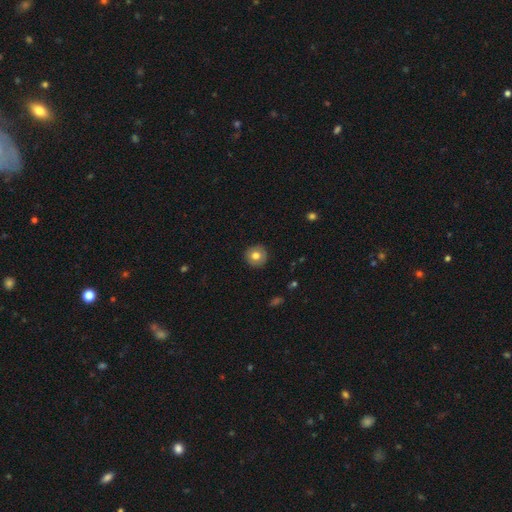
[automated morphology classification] smooth 76%, featured or disk 16%, star or artifact 9%. Down the decision tree: how rounded — round (94%); merging — none (90%).